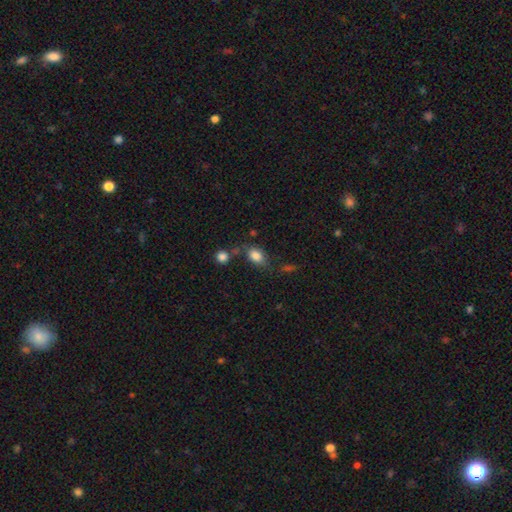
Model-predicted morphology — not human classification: type=smooth (83%); roundness=in between (80%); merging=none (61%).